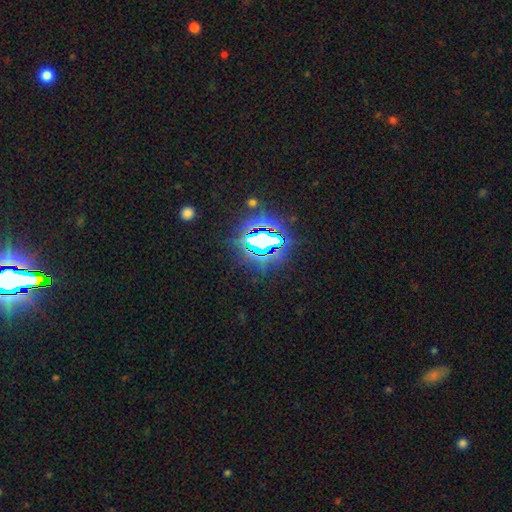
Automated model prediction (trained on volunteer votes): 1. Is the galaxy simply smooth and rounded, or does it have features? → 84% star or artifact, 10% smooth, 6% featured or disk.